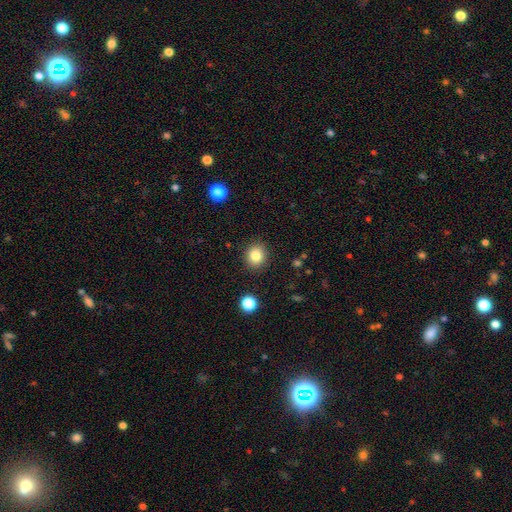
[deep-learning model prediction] Morphology: type=smooth (83%); roundness=round (75%); merging=none (89%).